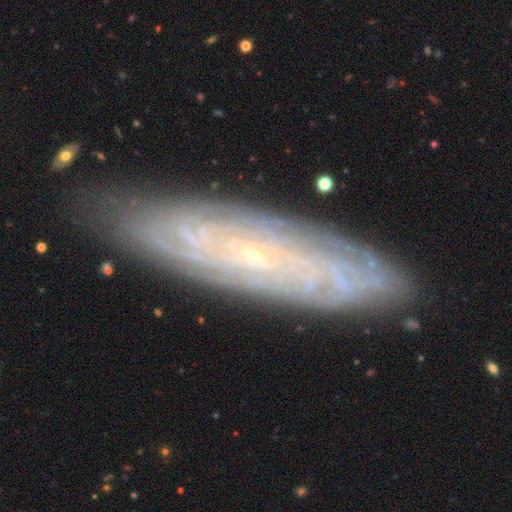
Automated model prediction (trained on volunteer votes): Smooth or featured? featured or disk (77%)
Edge-on disk? no (75%)
Bar? no (74%)
Spiral arms? yes (90%)
Spiral winding? tight (81%)
Spiral arm count? can't tell (58%)
Bulge size? small (88%)
Merging? none (84%)